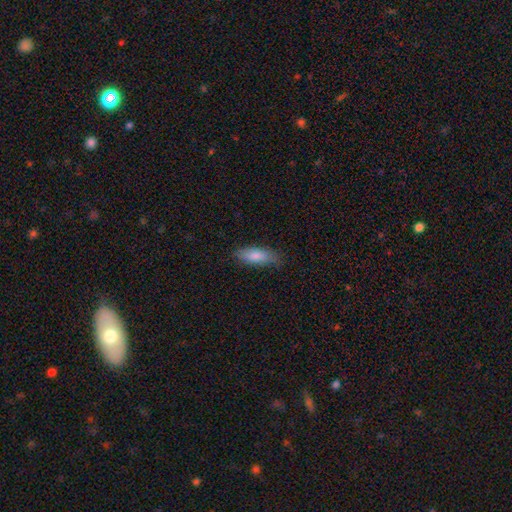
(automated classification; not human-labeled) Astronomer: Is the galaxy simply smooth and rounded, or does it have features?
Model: smooth — 81%.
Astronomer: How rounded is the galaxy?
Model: in between — 69%.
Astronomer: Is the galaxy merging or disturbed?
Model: none — 77%.